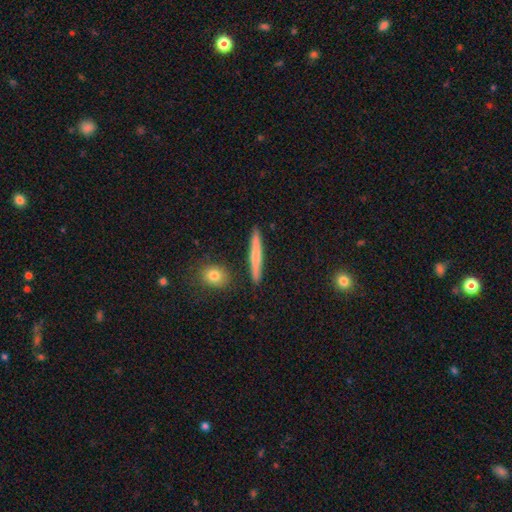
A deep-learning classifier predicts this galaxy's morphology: Q: Smooth or featured?
A: smooth (59%); runner-up: featured or disk (34%)
Q: How rounded?
A: cigar-shaped (93%); runner-up: in between (5%)
Q: Merging?
A: none (89%); runner-up: minor disturbance (7%)